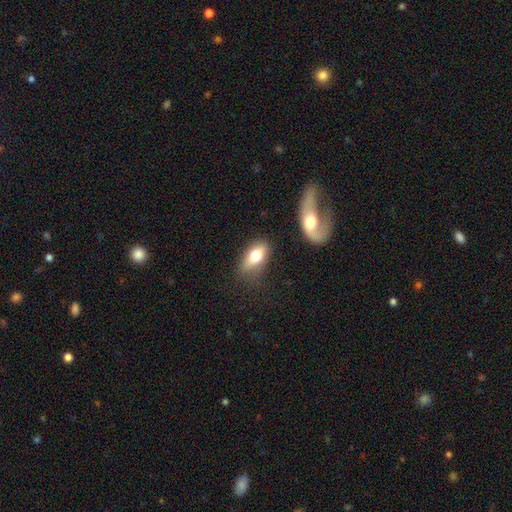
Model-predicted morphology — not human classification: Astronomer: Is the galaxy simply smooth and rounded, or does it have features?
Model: smooth — 68%.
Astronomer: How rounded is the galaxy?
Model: in between — 84%.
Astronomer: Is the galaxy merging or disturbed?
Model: none — 69%.